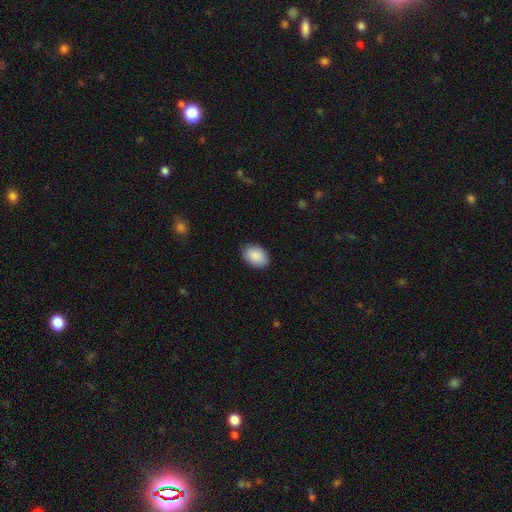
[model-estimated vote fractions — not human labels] Smooth or featured: smooth — 89% (star or artifact — 6%)
How rounded: in between — 86% (round — 13%)
Merging: none — 87% (minor disturbance — 10%)